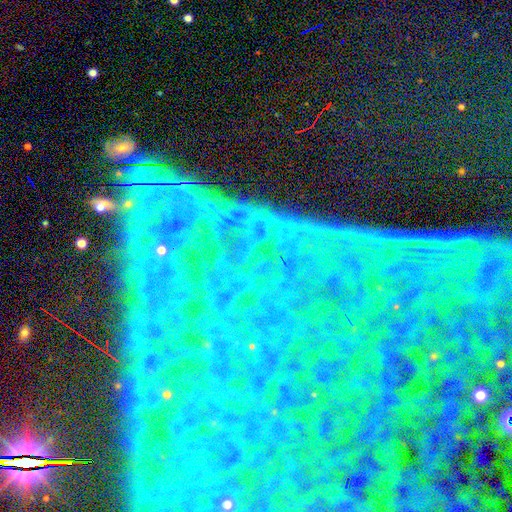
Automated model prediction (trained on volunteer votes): This is clearly a star or artifact rather than a galaxy (86%).